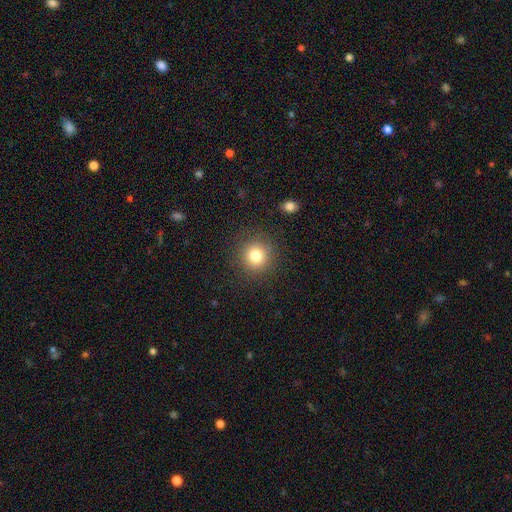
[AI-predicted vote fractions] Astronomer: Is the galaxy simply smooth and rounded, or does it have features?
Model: smooth — 80%.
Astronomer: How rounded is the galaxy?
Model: round — 93%.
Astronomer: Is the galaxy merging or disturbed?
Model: none — 89%.